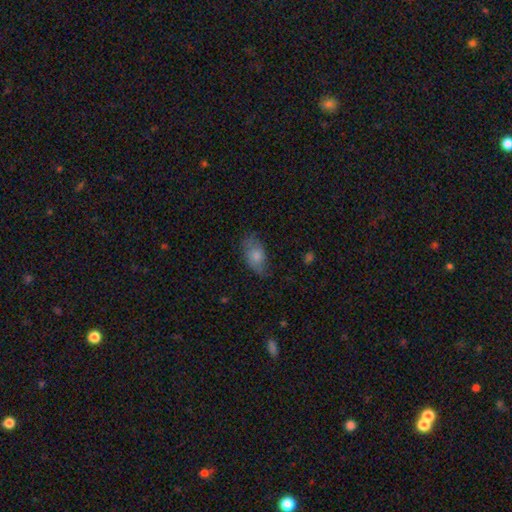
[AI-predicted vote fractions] This is likely a smooth galaxy (76%). How rounded: clearly in between (91%). Merging: possibly none (60%).